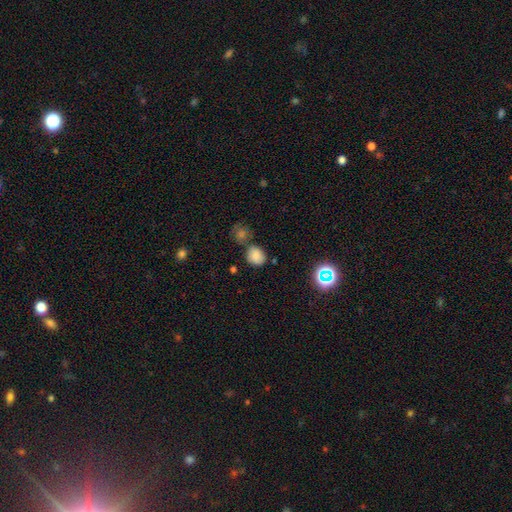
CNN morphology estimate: type=smooth (79%); roundness=round (62%); merging=none (65%).